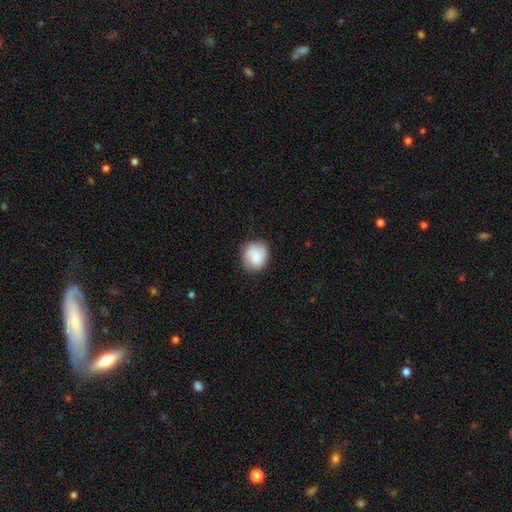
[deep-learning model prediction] smooth-or-featured: smooth: 79% | featured or disk: 14% | star or artifact: 7%
  how-rounded: round: 80% | in between: 19% | cigar-shaped: 1%
  merging: none: 83% | minor disturbance: 13% | major disturbance: 3% | merger: 1%